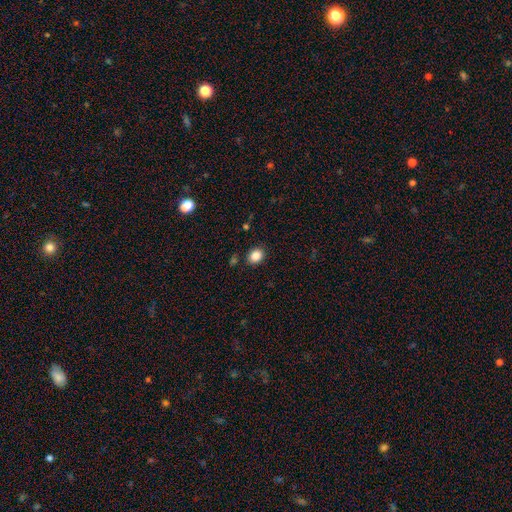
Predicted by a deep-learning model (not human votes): A smooth galaxy with no disk features (86%) that is round (57%).

Vote fractions:
- Smooth or featured? smooth: 86% / star or artifact: 10% / featured or disk: 4%
- How rounded? round: 57% / in between: 42% / cigar-shaped: 1%
- Merging? none: 85% / minor disturbance: 9% / merger: 3% / major disturbance: 3%